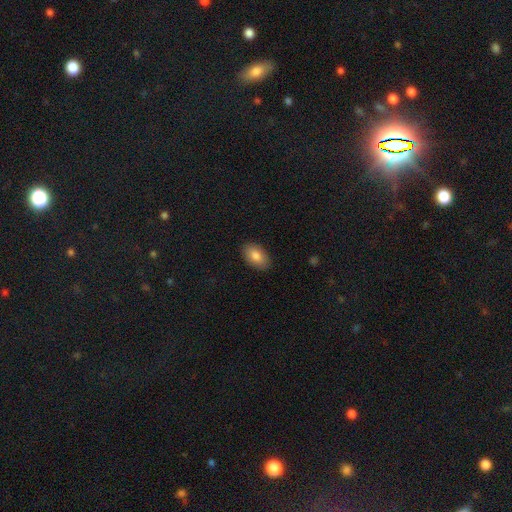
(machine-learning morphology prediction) The model was most divided on "smooth or featured": smooth: 84%, featured or disk: 9%, star or artifact: 7%. More confident: how rounded — in between (92%); merging — none (88%).